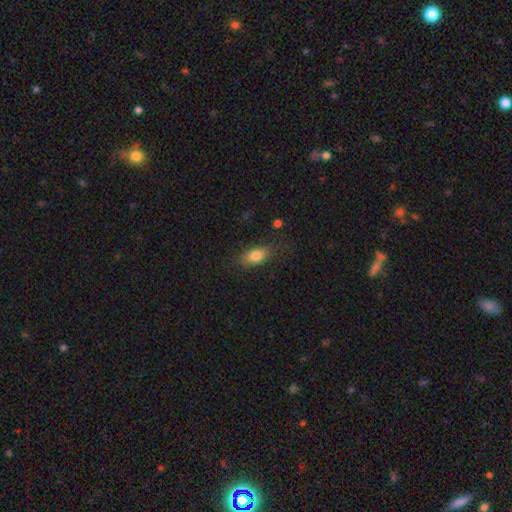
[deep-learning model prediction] Smooth or featured? smooth (81%)
How rounded? in between (85%)
Merging? none (76%)